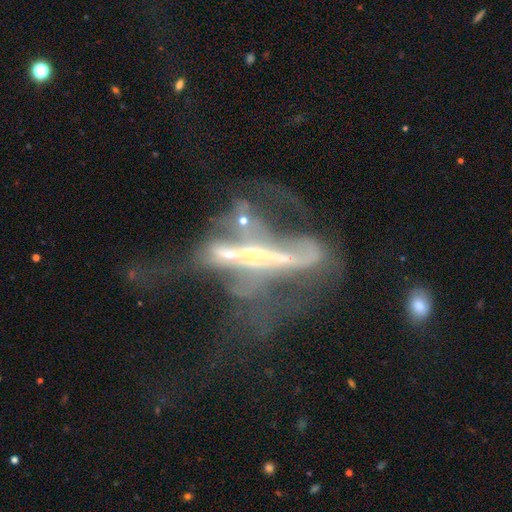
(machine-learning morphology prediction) This appears to be a featured or disk galaxy (78%) viewed edge-on (60%). Merging: major disturbance (43%).